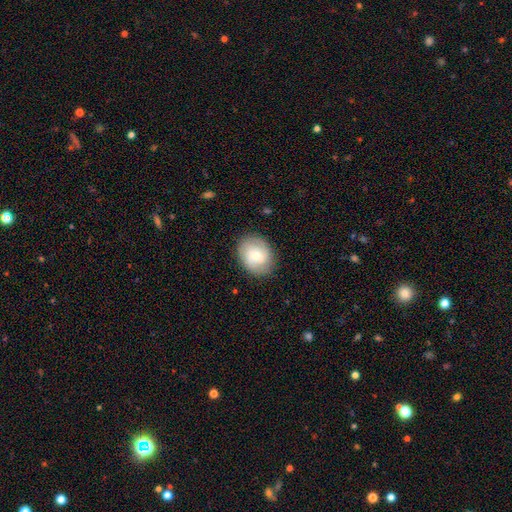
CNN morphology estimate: Smooth or featured?
  - smooth: 50% *
  - featured or disk: 43%
  - star or artifact: 7%
How rounded?
  - round: 50% *
  - in between: 49%
  - cigar-shaped: 1%
Merging?
  - none: 84% *
  - minor disturbance: 12%
  - major disturbance: 3%
  - merger: 1%